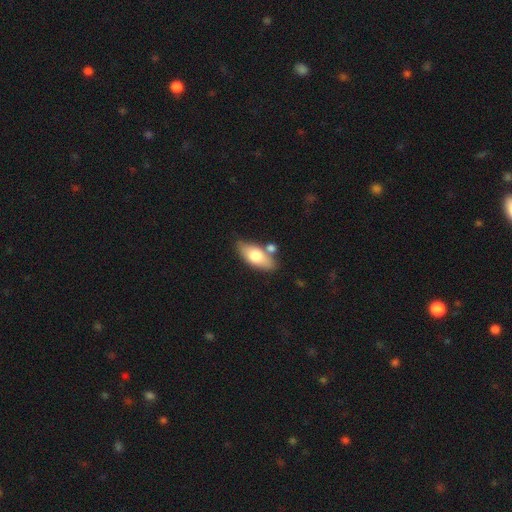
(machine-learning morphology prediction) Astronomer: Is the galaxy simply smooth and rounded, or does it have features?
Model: smooth — 70%.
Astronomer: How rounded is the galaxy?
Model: in between — 84%.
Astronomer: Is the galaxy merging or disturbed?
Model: none — 66%.